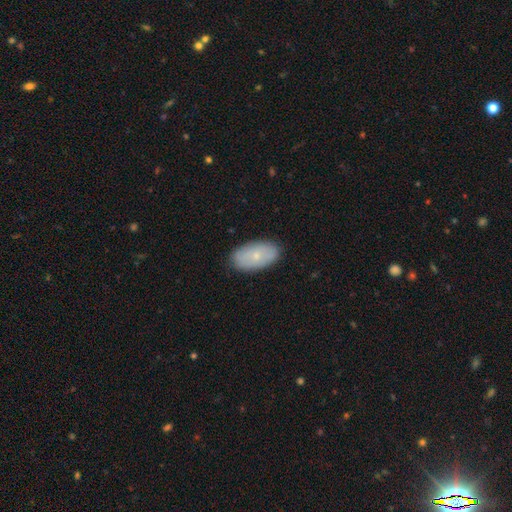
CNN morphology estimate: Smooth or featured: smooth — 70% (featured or disk — 23%)
How rounded: in between — 94% (round — 4%)
Merging: none — 87% (minor disturbance — 10%)